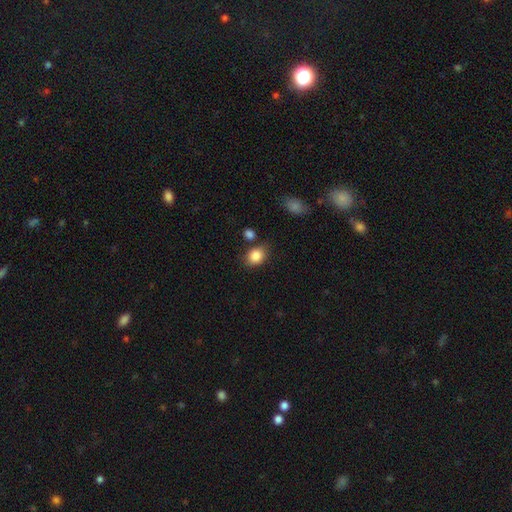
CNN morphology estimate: Smooth or featured? Predicted: smooth (p=0.85). How rounded? Predicted: in between (p=0.64). Merging? Predicted: none (p=0.74).